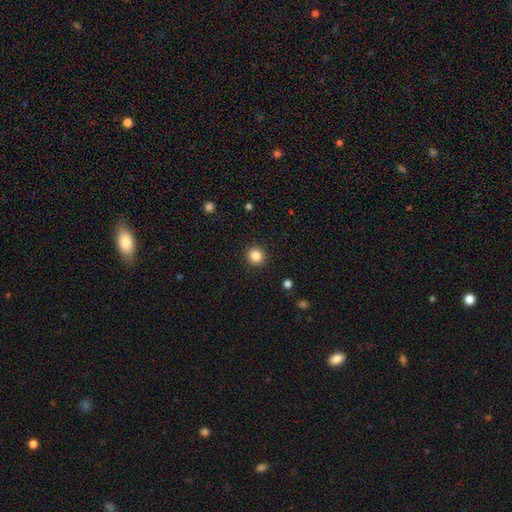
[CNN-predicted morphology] Overall: smooth (85%). How rounded: round (90%). Merging: none (91%).